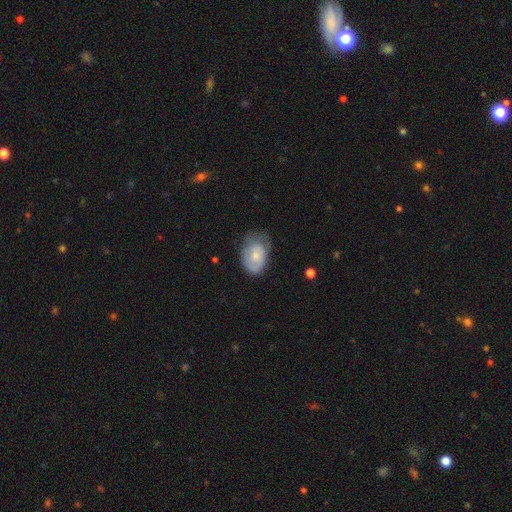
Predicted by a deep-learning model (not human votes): Smooth or featured?
  - smooth: 65% *
  - featured or disk: 29%
  - star or artifact: 6%
How rounded?
  - in between: 84% *
  - round: 15%
  - cigar-shaped: 1%
Merging?
  - none: 47% *
  - minor disturbance: 36%
  - major disturbance: 15%
  - merger: 2%